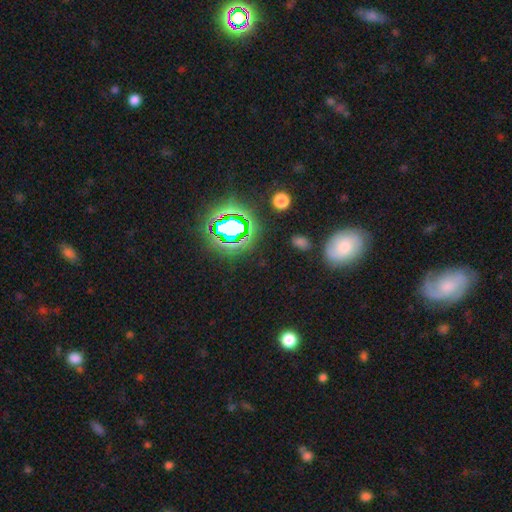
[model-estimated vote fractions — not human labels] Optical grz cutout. It shows a star or artifact, not a galaxy (73%).